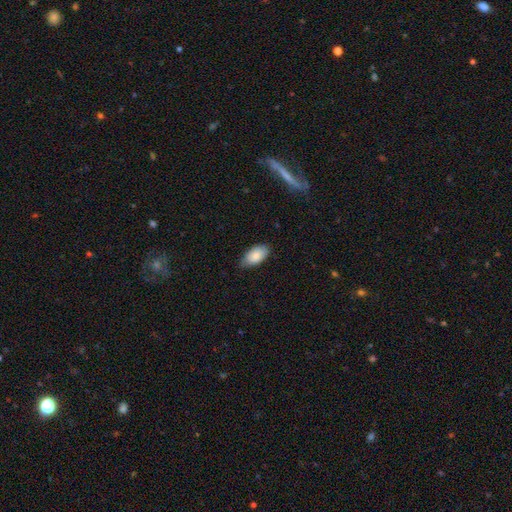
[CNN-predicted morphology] smooth-or-featured: smooth: 85% | featured or disk: 9% | star or artifact: 6%
  how-rounded: in between: 94% | round: 3% | cigar-shaped: 3%
  merging: none: 74% | minor disturbance: 22% | major disturbance: 3% | merger: 1%